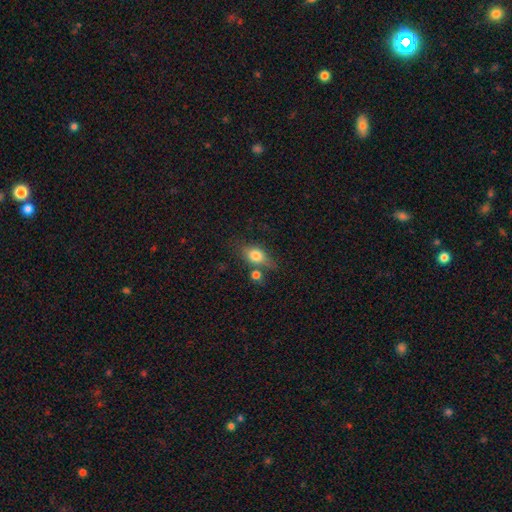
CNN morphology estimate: Smooth or featured: smooth — 75% (featured or disk — 16%)
How rounded: in between — 71% (round — 23%)
Merging: none — 57% (minor disturbance — 19%)